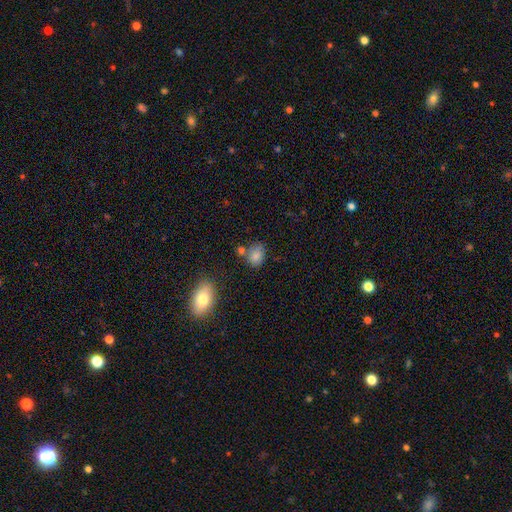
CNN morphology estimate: Overall: smooth (81%). How rounded: in between (59%; round 40%). Merging: none (60%; minor disturbance 21%).